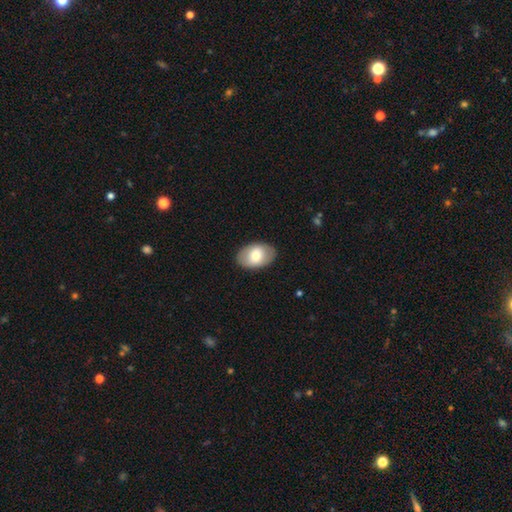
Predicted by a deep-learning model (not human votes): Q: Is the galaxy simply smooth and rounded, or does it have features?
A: smooth — 71%.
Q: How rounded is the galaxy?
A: in between — 89%.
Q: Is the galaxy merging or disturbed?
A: none — 87%.